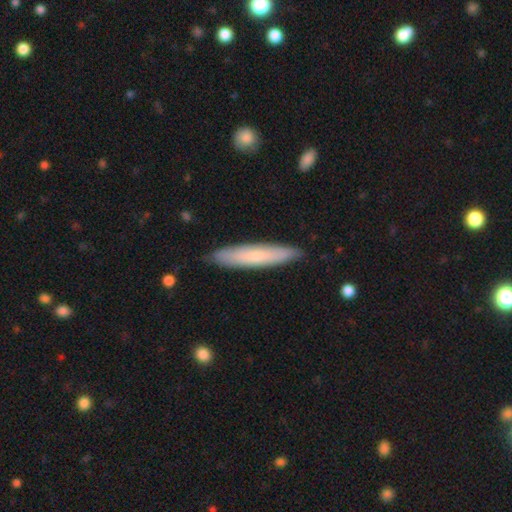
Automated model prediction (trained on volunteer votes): Morphology: type=smooth (64%); roundness=cigar-shaped (90%); merging=none (88%).